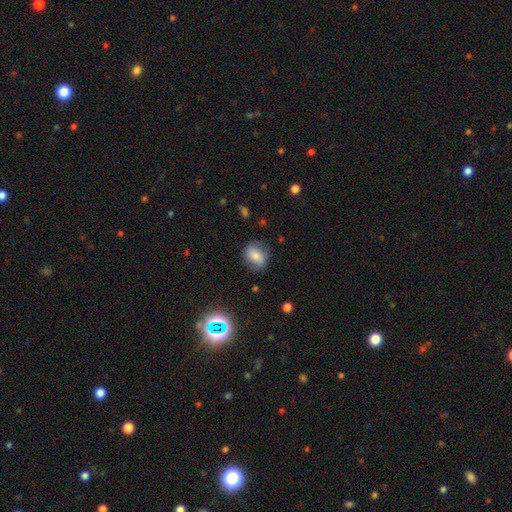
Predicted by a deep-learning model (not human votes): Morphology: type=smooth (65%); roundness=in between (51%); merging=none (73%).